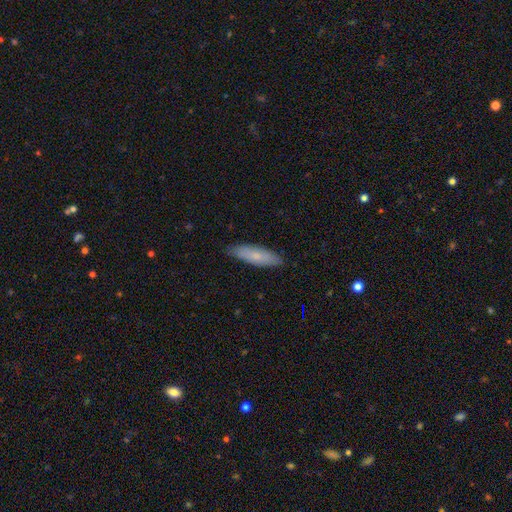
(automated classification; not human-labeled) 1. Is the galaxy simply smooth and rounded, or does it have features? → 70% smooth, 24% featured or disk, 6% star or artifact.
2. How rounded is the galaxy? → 61% cigar-shaped, 37% in between, 2% round.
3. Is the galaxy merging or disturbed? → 86% none, 12% minor disturbance, 2% major disturbance, 1% merger.